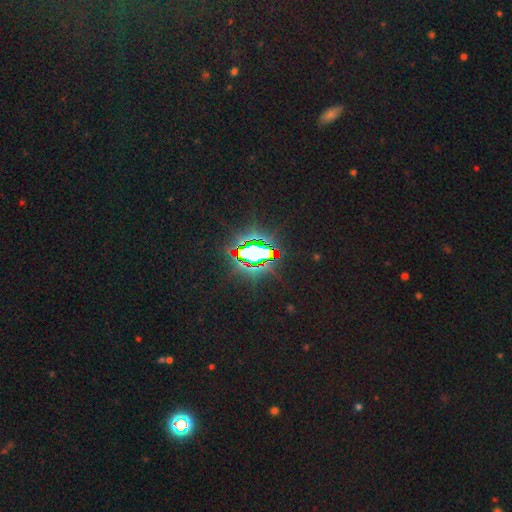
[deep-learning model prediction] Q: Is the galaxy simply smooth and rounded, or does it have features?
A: star or artifact — 77%.